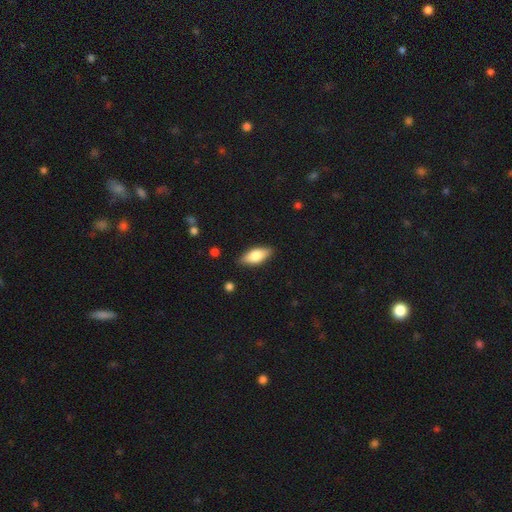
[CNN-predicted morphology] Smooth or featured? smooth (73%)
How rounded? in between (81%)
Merging? none (86%)